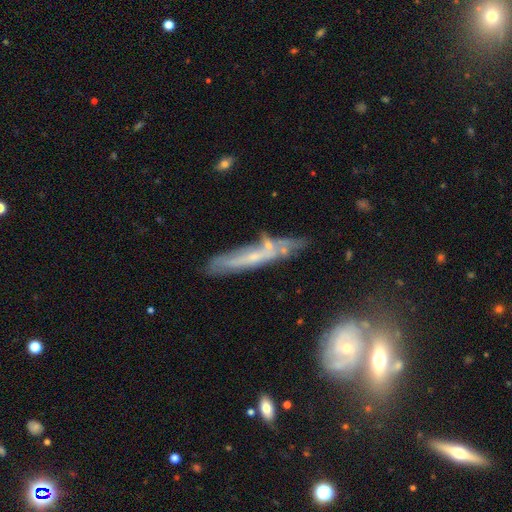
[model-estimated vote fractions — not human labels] Overall: featured or disk (60%; smooth 32%). Edge-on disk: yes (65%; no 35%). Merging: none (63%).